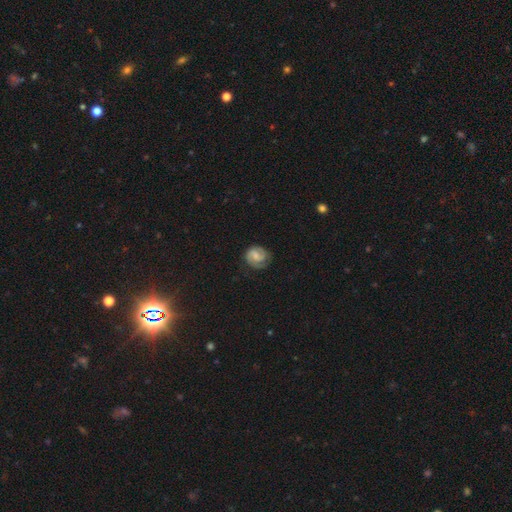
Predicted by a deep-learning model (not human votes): Smooth or featured? featured or disk (63%)
Edge-on disk? no (98%)
Bar? weak (50%)
Spiral arms? yes (93%)
Spiral winding? tight (50%)
Spiral arm count? 2 (71%)
Bulge size? small (39%)
Merging? none (73%)